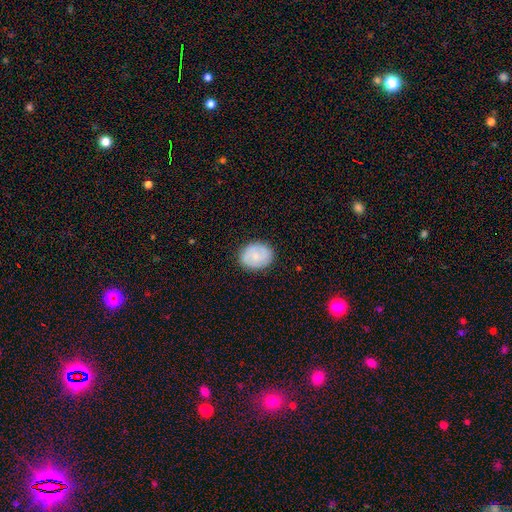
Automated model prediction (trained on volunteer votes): smooth 61%, featured or disk 32%, star or artifact 7%. Down the decision tree: how rounded — round (60%); merging — none (86%).